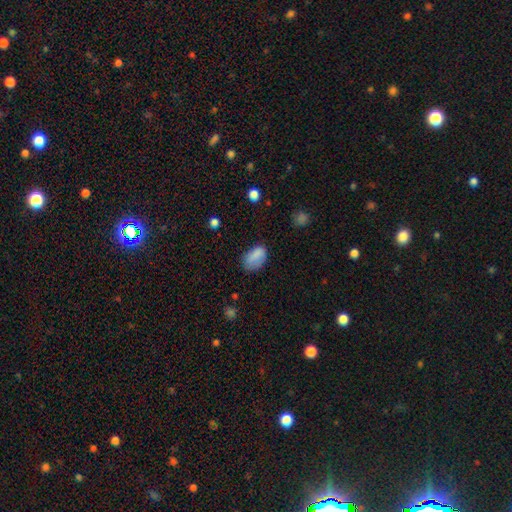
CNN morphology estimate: smooth_or_featured: smooth (p=0.82) [alt: star or artifact p=0.09]
how_rounded: in between (p=0.89) [alt: round p=0.09]
merging: none (p=0.59) [alt: minor disturbance p=0.28]